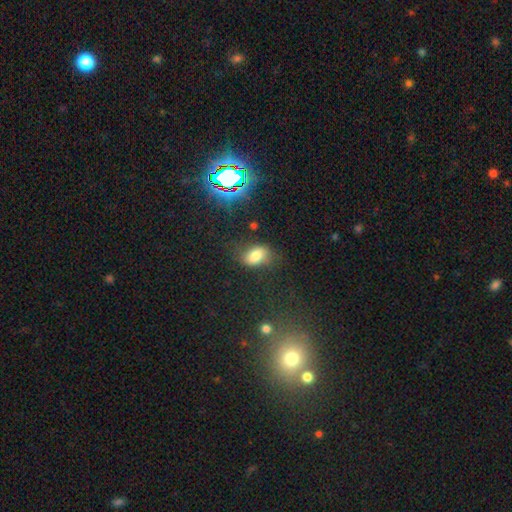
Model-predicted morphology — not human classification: A smooth galaxy with no disk features (72%) that is in between round and cigar-shaped (84%).

Vote fractions:
- Smooth or featured? smooth: 72% / featured or disk: 14% / star or artifact: 14%
- How rounded? in between: 84% / round: 14% / cigar-shaped: 2%
- Merging? none: 66% / minor disturbance: 22% / major disturbance: 9% / merger: 3%